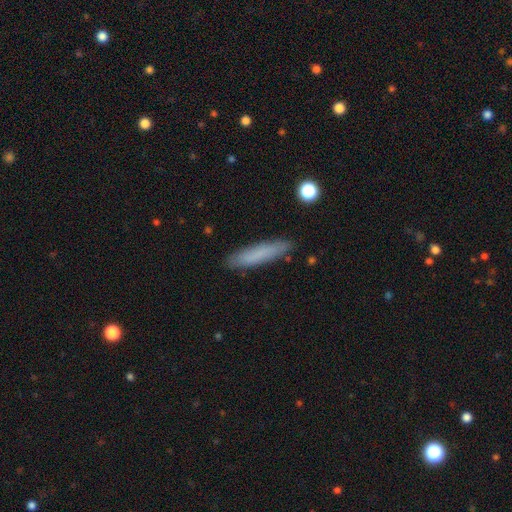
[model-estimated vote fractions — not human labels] smooth 78%, featured or disk 15%, star or artifact 8%. Down the decision tree: how rounded — cigar-shaped (86%); merging — none (87%).